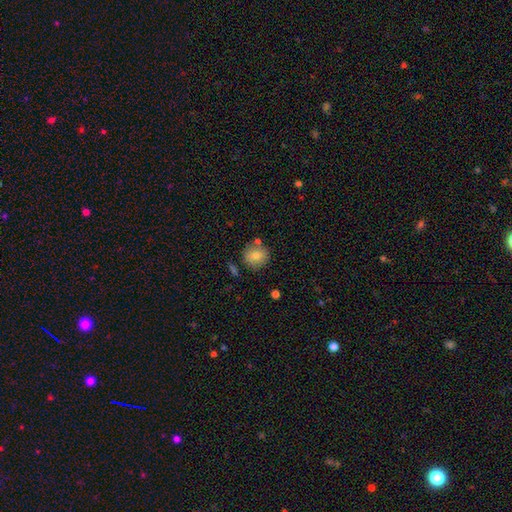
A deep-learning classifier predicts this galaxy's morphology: smooth-or-featured: smooth: 77% | featured or disk: 14% | star or artifact: 9%
  how-rounded: round: 90% | in between: 9% | cigar-shaped: 1%
  merging: none: 78% | minor disturbance: 11% | merger: 8% | major disturbance: 3%